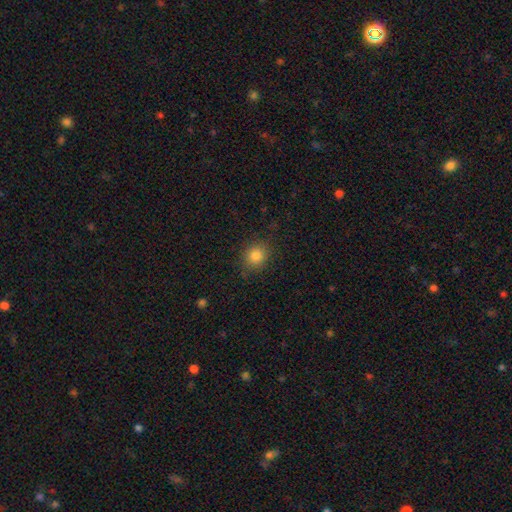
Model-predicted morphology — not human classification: The model was most divided on "how rounded": round: 76%, in between: 23%, cigar-shaped: 1%. More confident: merging — none (86%); smooth or featured — smooth (83%).